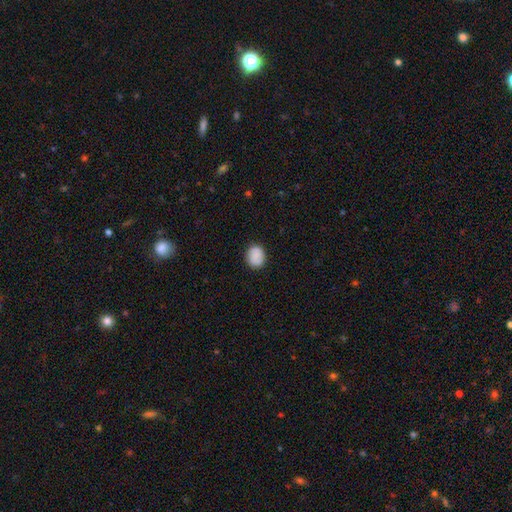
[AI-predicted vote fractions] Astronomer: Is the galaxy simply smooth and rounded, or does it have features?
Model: smooth — 87%.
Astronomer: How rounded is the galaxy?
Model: round — 61% (runner-up: in between, 38%).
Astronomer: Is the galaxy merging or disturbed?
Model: none — 87%.